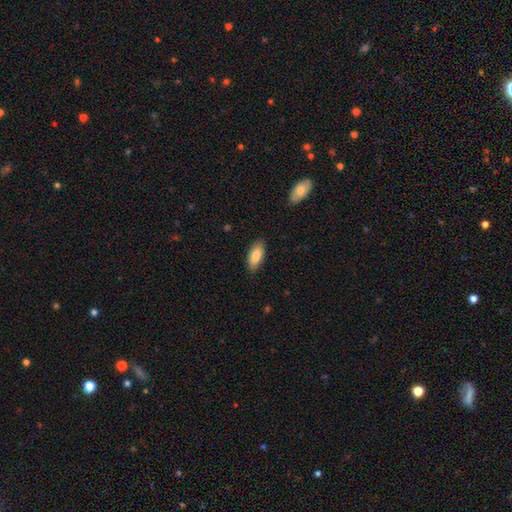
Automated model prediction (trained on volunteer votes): Smooth or featured? smooth (84%)
How rounded? in between (83%)
Merging? none (86%)